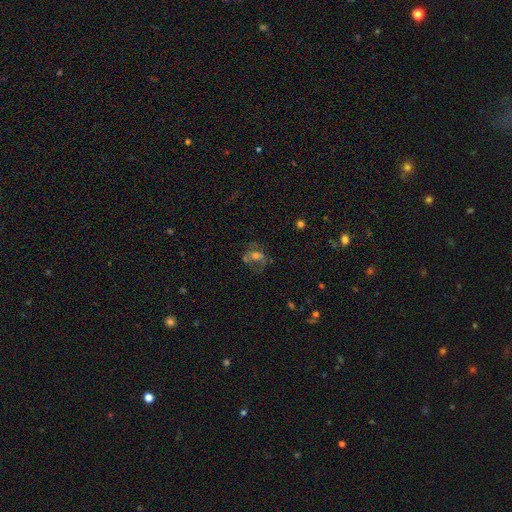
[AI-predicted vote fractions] smooth_or_featured: featured or disk (p=0.52) [alt: smooth p=0.27]
disk_edge_on: no (p=0.95) [alt: yes p=0.05]
merging: none (p=0.51) [alt: major disturbance p=0.24]